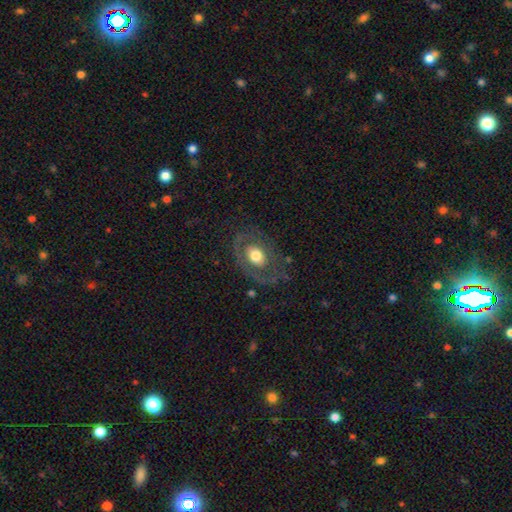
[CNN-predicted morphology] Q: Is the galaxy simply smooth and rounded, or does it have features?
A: featured or disk — 52%.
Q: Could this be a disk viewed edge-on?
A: no — 93%.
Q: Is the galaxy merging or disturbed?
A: none — 69%.